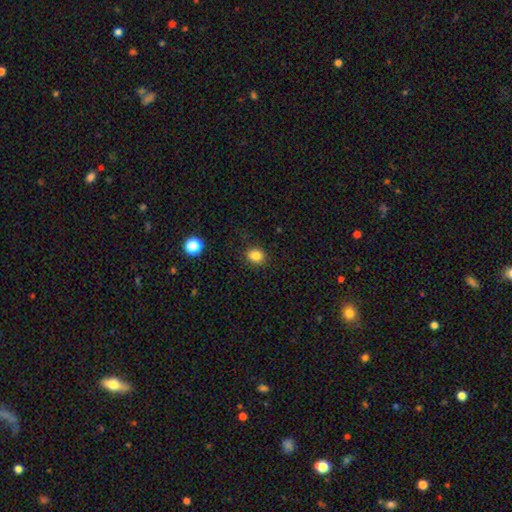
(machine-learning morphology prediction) This is clearly a smooth galaxy (83%). How rounded: likely round (61%). Merging: clearly none (88%).